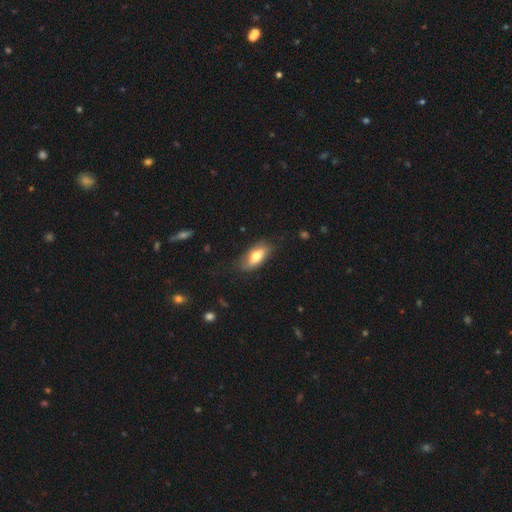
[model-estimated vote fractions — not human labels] A smooth galaxy with no disk features (68%) that is in between round and cigar-shaped (84%). Merging: none (75%).